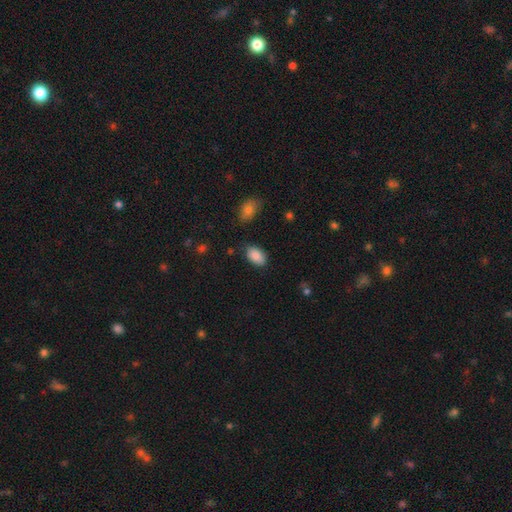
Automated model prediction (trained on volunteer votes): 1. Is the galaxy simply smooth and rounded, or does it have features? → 89% smooth, 7% star or artifact, 4% featured or disk.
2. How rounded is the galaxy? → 92% in between, 7% round, 1% cigar-shaped.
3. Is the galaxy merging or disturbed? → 81% none, 13% minor disturbance, 3% major disturbance, 2% merger.